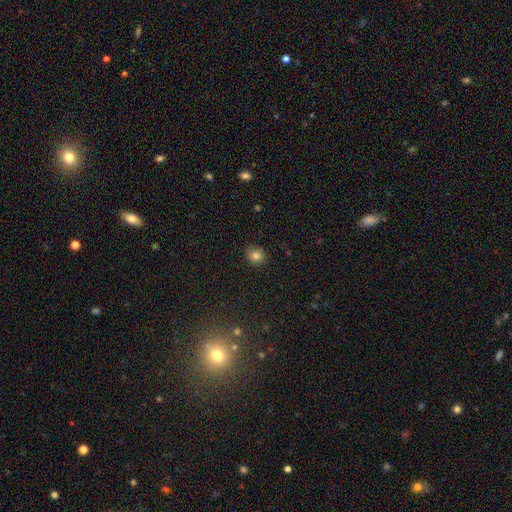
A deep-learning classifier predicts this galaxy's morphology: Smooth or featured? smooth (82%)
How rounded? round (74%)
Merging? none (84%)